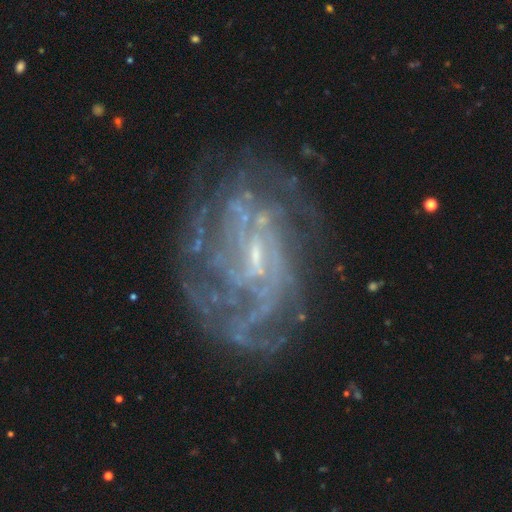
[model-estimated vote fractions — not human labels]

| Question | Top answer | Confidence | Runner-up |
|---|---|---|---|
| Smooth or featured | featured or disk | 85% | star or artifact (9%) |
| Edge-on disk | no | 97% | yes (3%) |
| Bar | weak | 54% | no (28%) |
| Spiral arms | yes | 89% | no (11%) |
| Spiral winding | tight | 56% | medium (33%) |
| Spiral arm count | can't tell | 44% | 4 (15%) |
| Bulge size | small | 66% | moderate (17%) |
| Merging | none | 67% | minor disturbance (17%) |